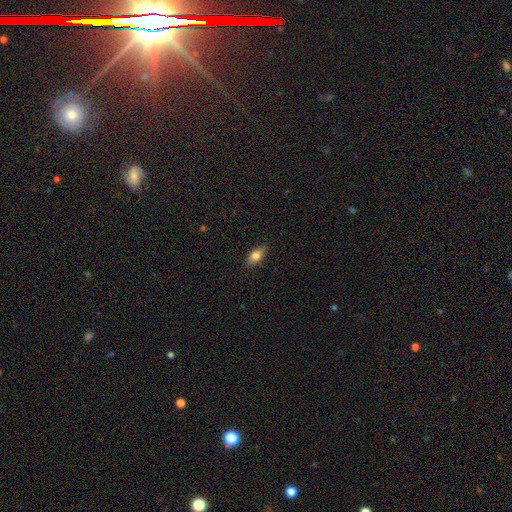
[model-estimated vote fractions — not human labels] The model was most divided on "smooth or featured": smooth: 68%, featured or disk: 24%, star or artifact: 7%. More confident: merging — none (87%); how rounded — in between (78%).